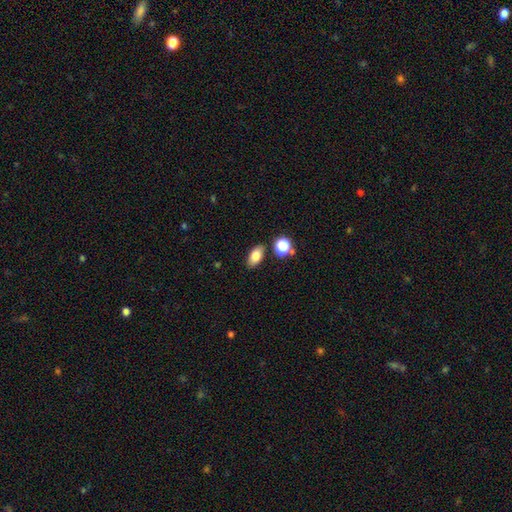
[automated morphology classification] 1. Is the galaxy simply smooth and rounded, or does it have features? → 80% smooth, 10% featured or disk, 10% star or artifact.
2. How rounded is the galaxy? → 88% in between, 9% round, 3% cigar-shaped.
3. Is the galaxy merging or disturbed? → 83% none, 10% minor disturbance, 5% merger, 2% major disturbance.